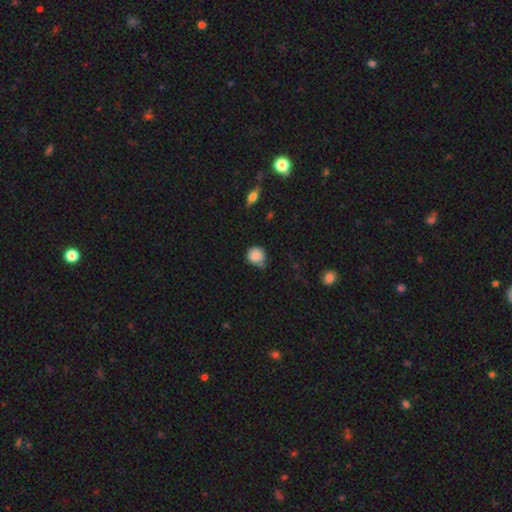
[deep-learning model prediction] Q: Smooth or featured?
A: smooth (85%); runner-up: star or artifact (9%)
Q: How rounded?
A: round (86%); runner-up: in between (13%)
Q: Merging?
A: none (55%); runner-up: minor disturbance (34%)